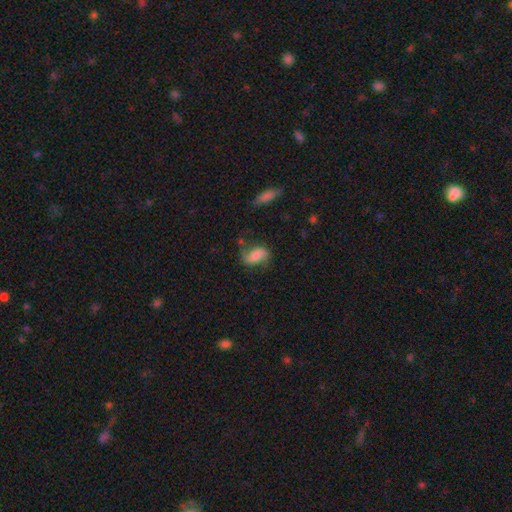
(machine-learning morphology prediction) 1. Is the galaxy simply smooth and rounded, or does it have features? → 50% featured or disk, 42% smooth, 9% star or artifact.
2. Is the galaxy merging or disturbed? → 57% none, 25% minor disturbance, 14% major disturbance, 4% merger.